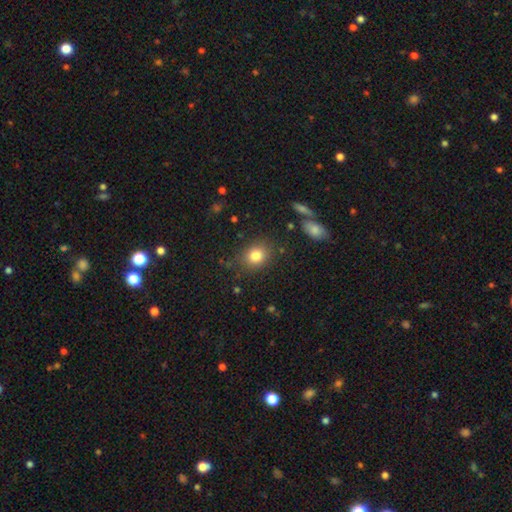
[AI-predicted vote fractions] smooth 82%, star or artifact 11%, featured or disk 7%. Down the decision tree: how rounded — round (62%); merging — none (82%).